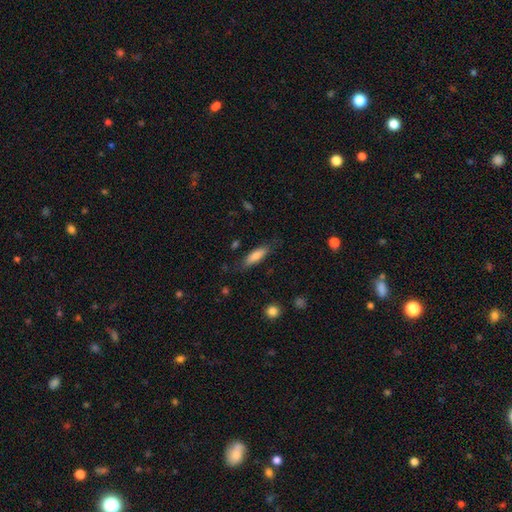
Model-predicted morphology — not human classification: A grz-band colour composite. It shows a smooth galaxy with no disk features (79%) that is cigar-shaped (55%). Merging: none (77%).